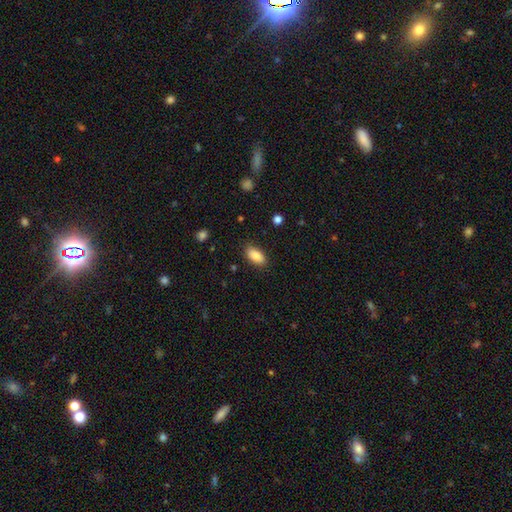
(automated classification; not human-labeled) Morphology: type=smooth (86%); roundness=in between (91%); merging=none (84%).